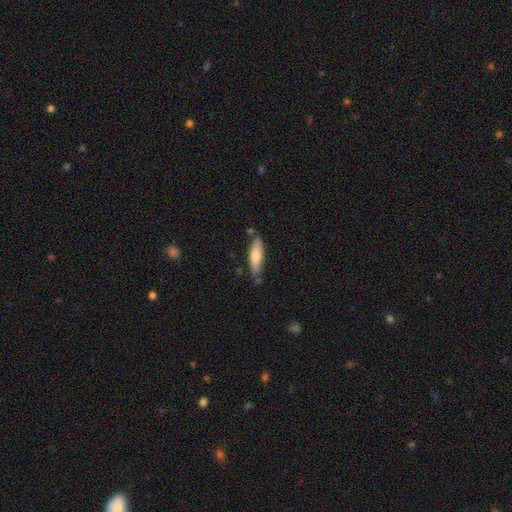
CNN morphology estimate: Smooth or featured?
  - smooth: 67% *
  - featured or disk: 27%
  - star or artifact: 6%
How rounded?
  - cigar-shaped: 61% *
  - in between: 37%
  - round: 2%
Merging?
  - none: 74% *
  - minor disturbance: 17%
  - merger: 6%
  - major disturbance: 3%